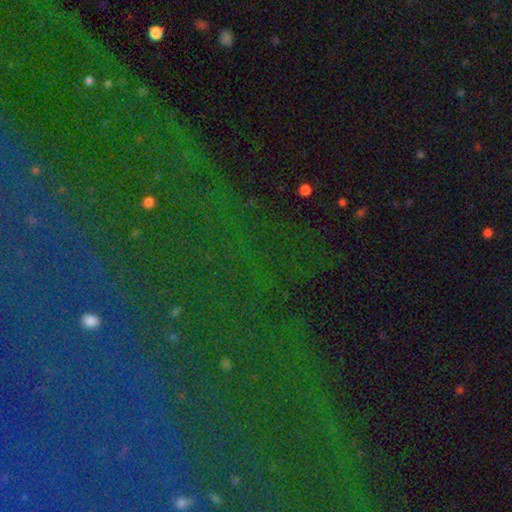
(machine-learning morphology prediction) Q: Smooth or featured?
A: star or artifact (80%); runner-up: smooth (10%)